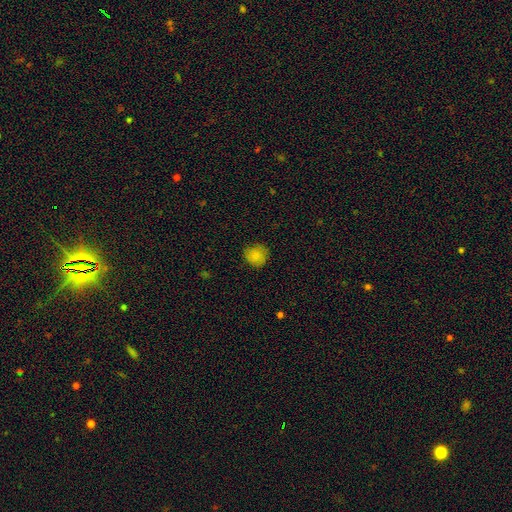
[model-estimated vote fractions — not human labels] smooth_or_featured: smooth (p=0.83) [alt: star or artifact p=0.09]
how_rounded: round (p=0.89) [alt: in between p=0.10]
merging: none (p=0.82) [alt: minor disturbance p=0.15]